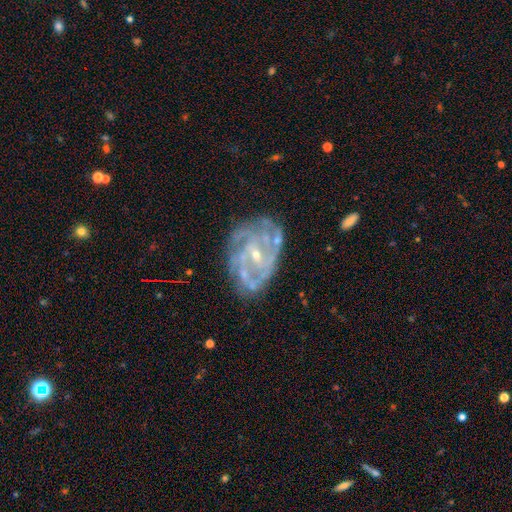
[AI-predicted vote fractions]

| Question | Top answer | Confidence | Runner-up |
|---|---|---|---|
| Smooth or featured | featured or disk | 87% | star or artifact (7%) |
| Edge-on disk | no | 97% | yes (3%) |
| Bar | no | 43% | weak (42%) |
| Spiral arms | yes | 92% | no (8%) |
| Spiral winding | tight | 54% | medium (36%) |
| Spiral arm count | can't tell | 30% | 3 (22%) |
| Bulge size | small | 72% | moderate (24%) |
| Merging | none | 65% | minor disturbance (22%) |